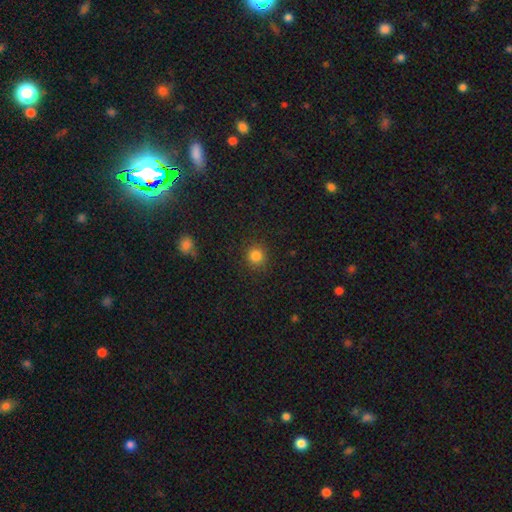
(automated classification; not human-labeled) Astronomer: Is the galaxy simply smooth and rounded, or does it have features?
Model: smooth — 83%.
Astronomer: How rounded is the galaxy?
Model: round — 92%.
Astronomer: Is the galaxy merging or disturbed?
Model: none — 89%.